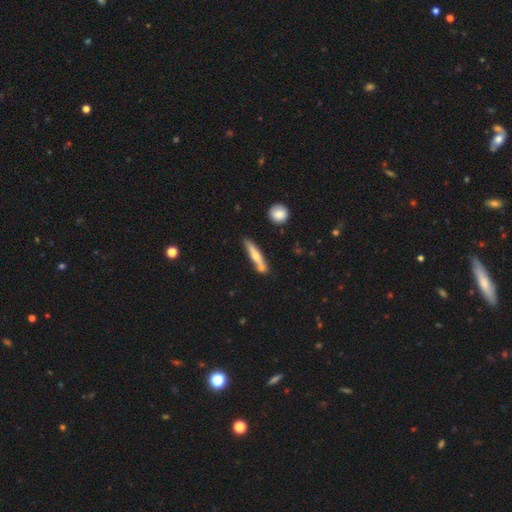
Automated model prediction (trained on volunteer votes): Q: Smooth or featured?
A: smooth (50%); runner-up: featured or disk (44%)
Q: How rounded?
A: cigar-shaped (87%); runner-up: in between (11%)
Q: Merging?
A: none (68%); runner-up: merger (15%)